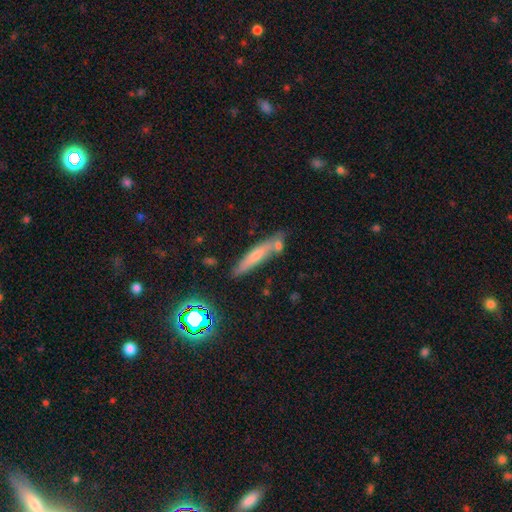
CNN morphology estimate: smooth 55%, featured or disk 33%, star or artifact 12%. Down the decision tree: how rounded — cigar-shaped (86%); merging — none (67%).